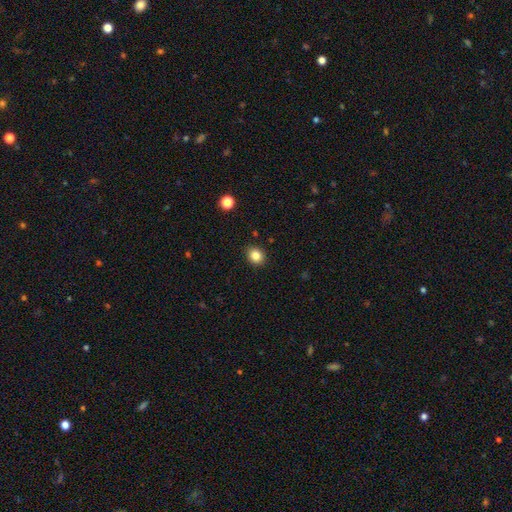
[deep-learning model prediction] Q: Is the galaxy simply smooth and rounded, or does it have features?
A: smooth — 84%.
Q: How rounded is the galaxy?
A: round — 67%.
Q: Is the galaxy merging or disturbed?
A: none — 90%.